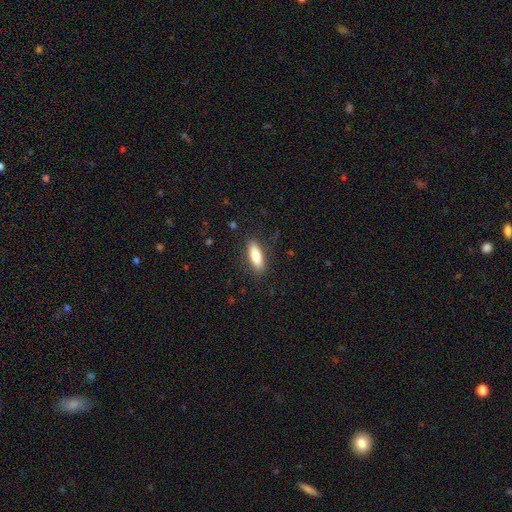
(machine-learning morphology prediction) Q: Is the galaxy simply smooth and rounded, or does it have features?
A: smooth — 78%.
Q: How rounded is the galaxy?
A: in between — 57%.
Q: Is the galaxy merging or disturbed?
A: none — 86%.